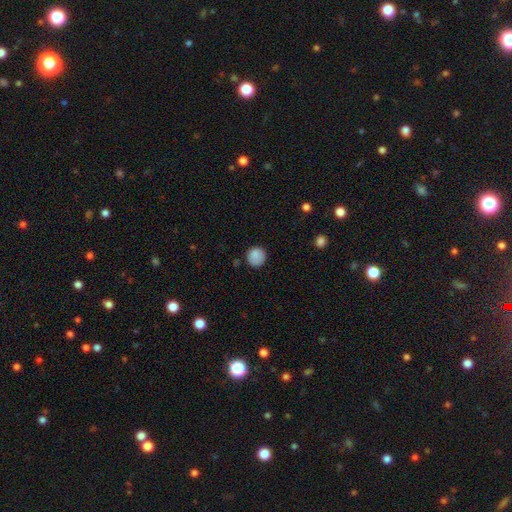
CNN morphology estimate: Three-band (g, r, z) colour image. It shows a smooth galaxy with no disk features (86%) that is round (92%). Merging: none (83%).